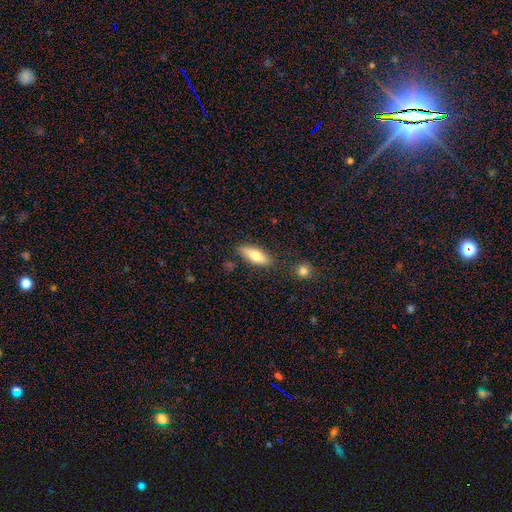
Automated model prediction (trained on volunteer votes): Overall: smooth (69%). How rounded: in between (59%; cigar-shaped 39%). Merging: none (81%).